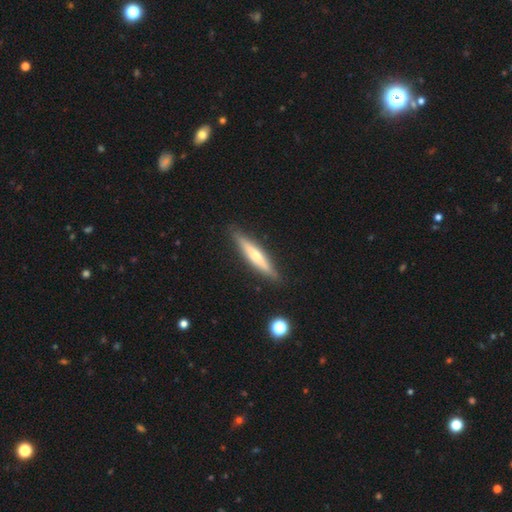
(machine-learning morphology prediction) Smooth or featured: featured or disk — 48% (smooth — 46%)
Merging: none — 88% (minor disturbance — 9%)